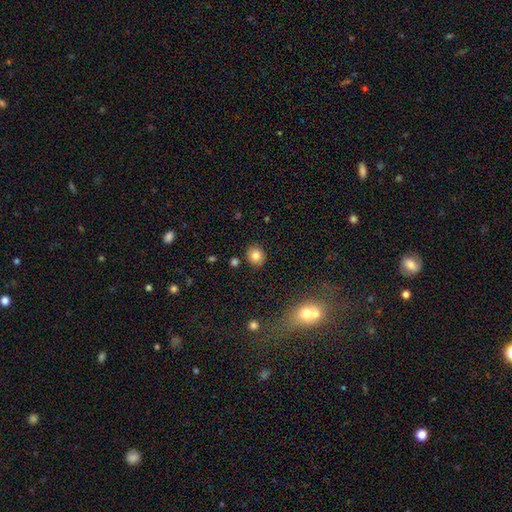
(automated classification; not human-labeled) A smooth galaxy with no disk features (81%) that is round (81%). Merging: none (88%).